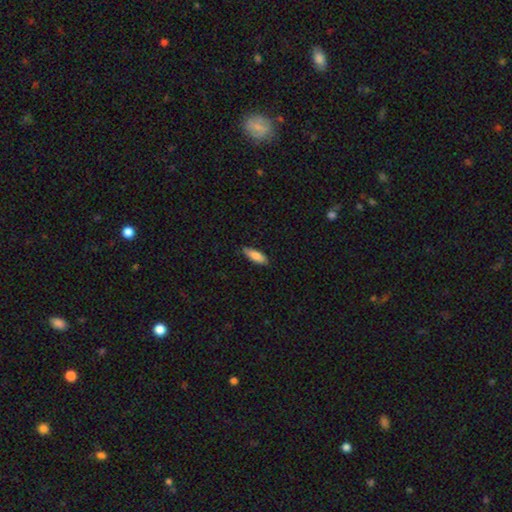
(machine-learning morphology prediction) Smooth or featured? Predicted: smooth (p=0.82). How rounded? Predicted: in between (p=0.53). Merging? Predicted: none (p=0.85).